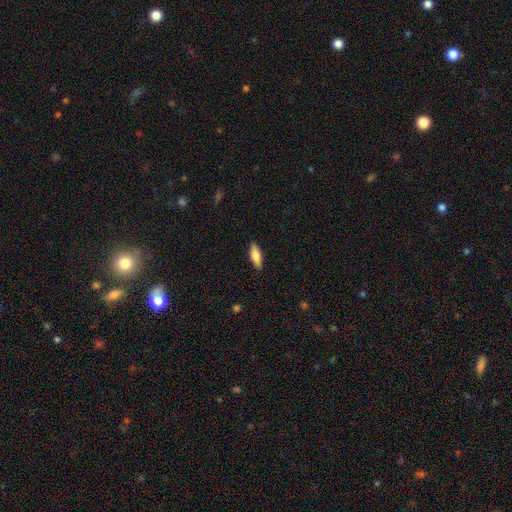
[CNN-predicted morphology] Smooth or featured? Predicted: smooth (p=0.73). How rounded? Predicted: in between (p=0.61). Merging? Predicted: none (p=0.87).